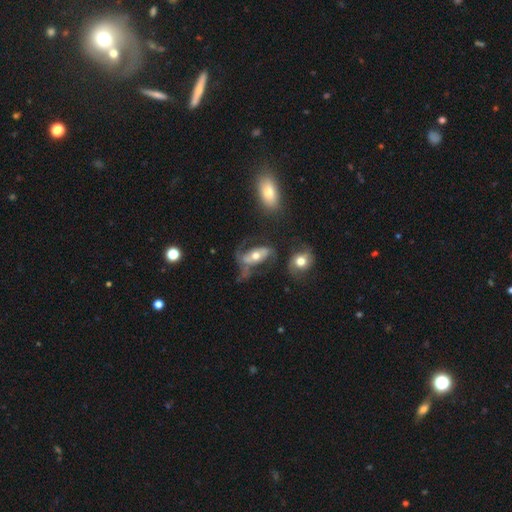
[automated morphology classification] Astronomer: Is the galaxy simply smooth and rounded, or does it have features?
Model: featured or disk — 63%.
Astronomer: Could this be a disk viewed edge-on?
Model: no — 92%.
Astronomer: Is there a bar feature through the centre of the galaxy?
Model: no — 57%.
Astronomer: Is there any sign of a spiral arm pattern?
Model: yes — 74%.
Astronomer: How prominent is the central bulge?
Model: moderate — 69%.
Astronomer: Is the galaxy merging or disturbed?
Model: major disturbance — 36% (runner-up: none, 30%).